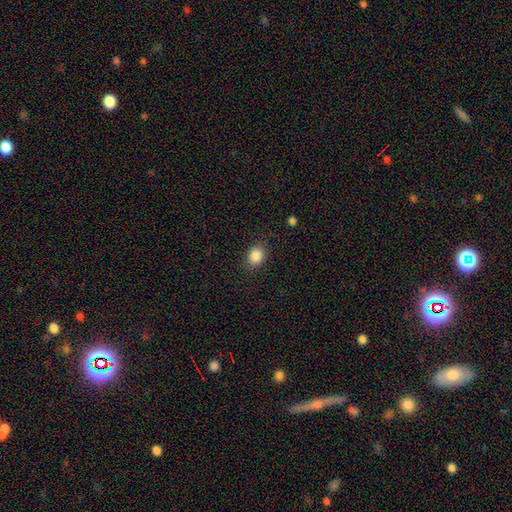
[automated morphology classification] Smooth or featured?
  - smooth: 86% *
  - star or artifact: 10%
  - featured or disk: 4%
How rounded?
  - round: 50% *
  - in between: 49%
  - cigar-shaped: 1%
Merging?
  - none: 85% *
  - minor disturbance: 10%
  - major disturbance: 3%
  - merger: 1%